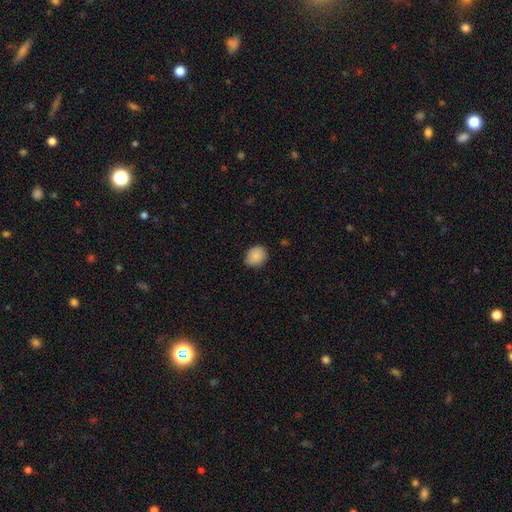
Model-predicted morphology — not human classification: smooth 88%, star or artifact 8%, featured or disk 5%. Down the decision tree: how rounded — round (54%); merging — none (80%).